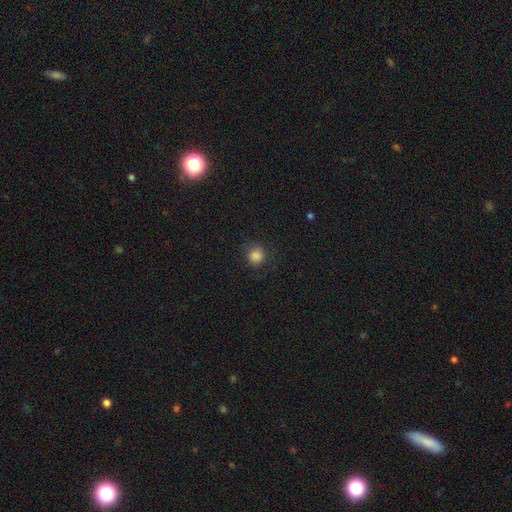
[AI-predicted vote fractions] smooth_or_featured: smooth (p=0.85) [alt: star or artifact p=0.11]
how_rounded: round (p=0.90) [alt: in between p=0.09]
merging: none (p=0.82) [alt: minor disturbance p=0.13]